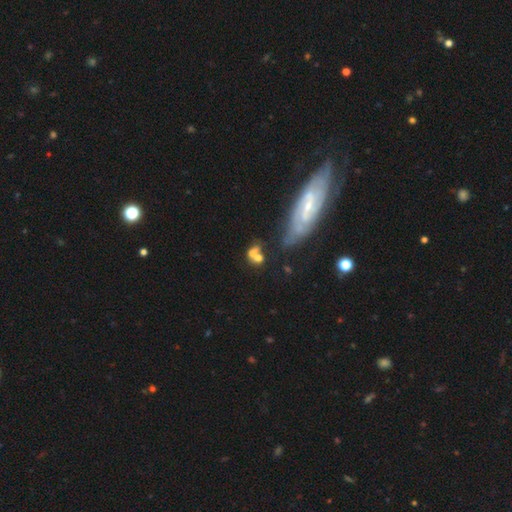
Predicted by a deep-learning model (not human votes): Smooth or featured?
  - smooth: 56% *
  - featured or disk: 30%
  - star or artifact: 14%
How rounded?
  - in between: 49% *
  - round: 47%
  - cigar-shaped: 4%
Merging?
  - merger: 48% *
  - none: 29%
  - minor disturbance: 13%
  - major disturbance: 11%